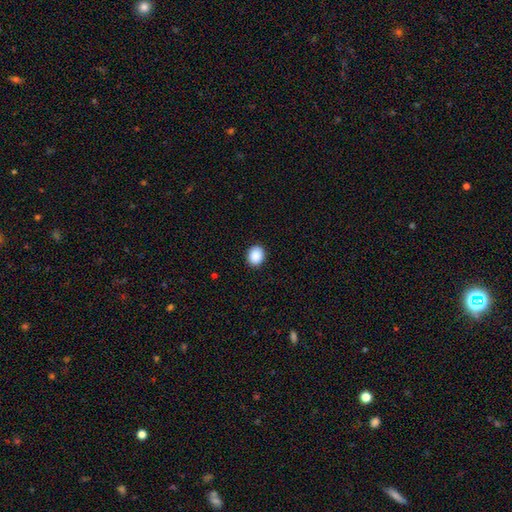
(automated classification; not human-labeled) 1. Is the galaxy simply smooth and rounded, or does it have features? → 90% smooth, 8% star or artifact, 2% featured or disk.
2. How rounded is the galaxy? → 60% round, 39% in between, 1% cigar-shaped.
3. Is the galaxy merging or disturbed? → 91% none, 6% minor disturbance, 2% major disturbance, 1% merger.